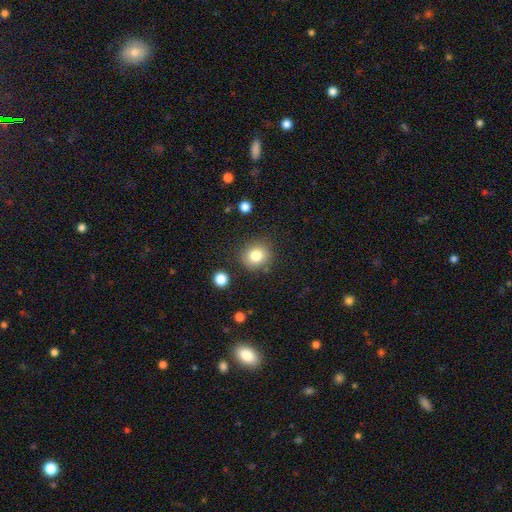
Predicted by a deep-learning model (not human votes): Overall: smooth (81%). How rounded: round (85%). Merging: none (84%).